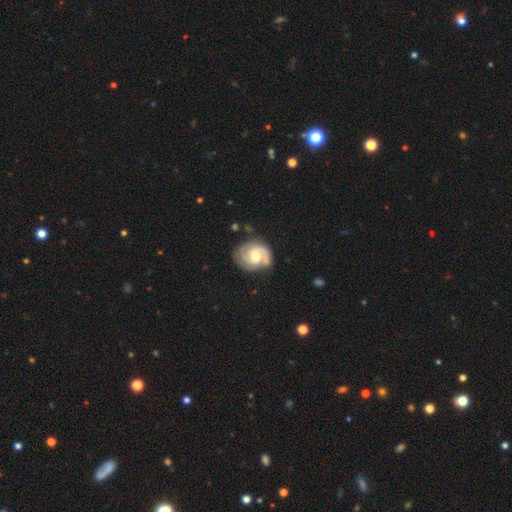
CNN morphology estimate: type=featured or disk (82%); edge-on=no (98%); bar=no (48%); spiral arms=yes (96%); winding=tight (55%); arm count=2 (69%); bulge=moderate (57%); merging=none (71%).